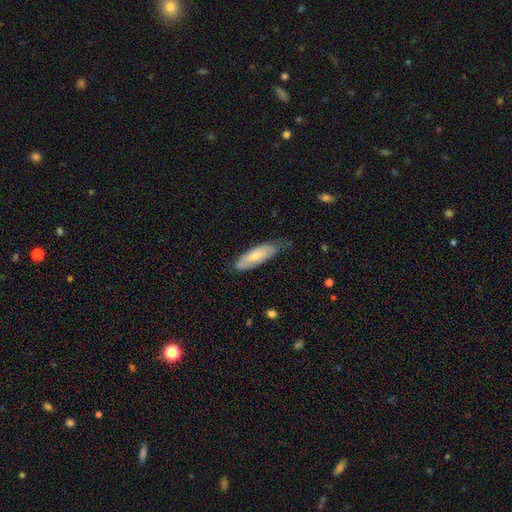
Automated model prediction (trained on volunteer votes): Smooth or featured? Predicted: smooth (p=0.59). How rounded? Predicted: in between (p=0.60). Merging? Predicted: none (p=0.64).